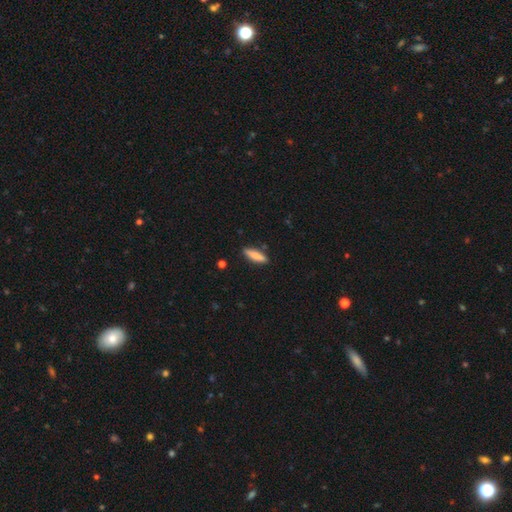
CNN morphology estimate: A smooth galaxy with no disk features (83%) that is cigar-shaped (70%). Merging: none (85%).